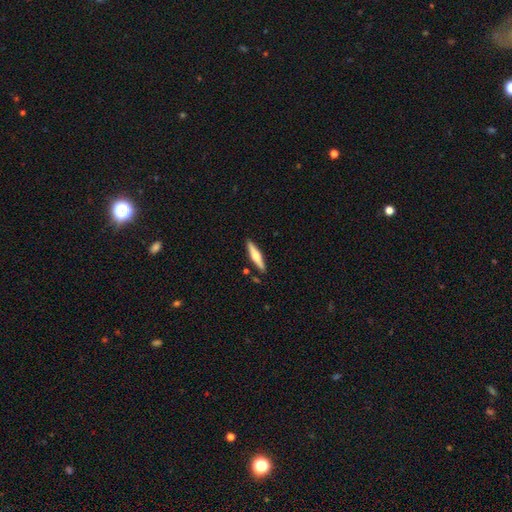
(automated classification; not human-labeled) This appears to be a featured or disk galaxy (49%). Merging: none (87%).